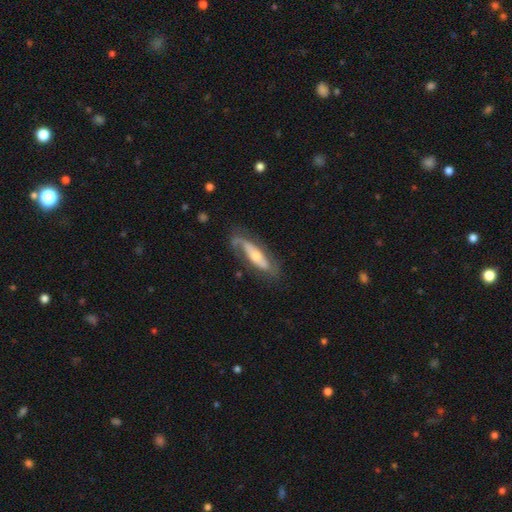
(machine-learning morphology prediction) A featured or disk galaxy (73%) with no bar (49%), spiral arms (83%) and a moderate central bulge (54%). Merging: none (65%).